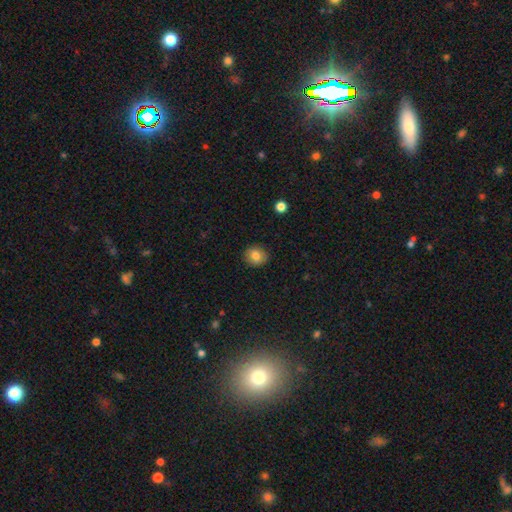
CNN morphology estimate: Smooth or featured? smooth (81%)
How rounded? round (80%)
Merging? none (90%)